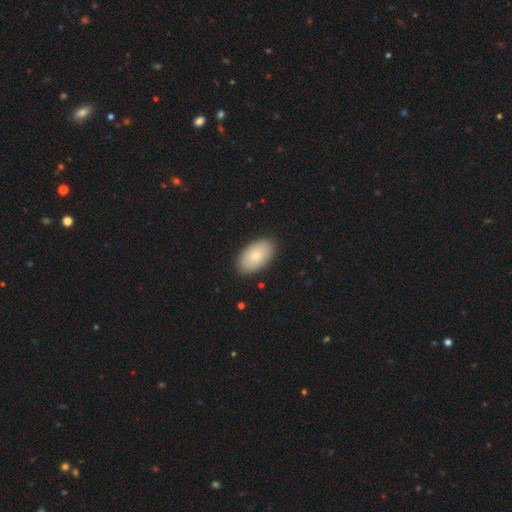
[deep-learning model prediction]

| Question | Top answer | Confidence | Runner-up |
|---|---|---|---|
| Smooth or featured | smooth | 76% | featured or disk (18%) |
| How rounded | in between | 95% | round (4%) |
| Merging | none | 88% | minor disturbance (9%) |